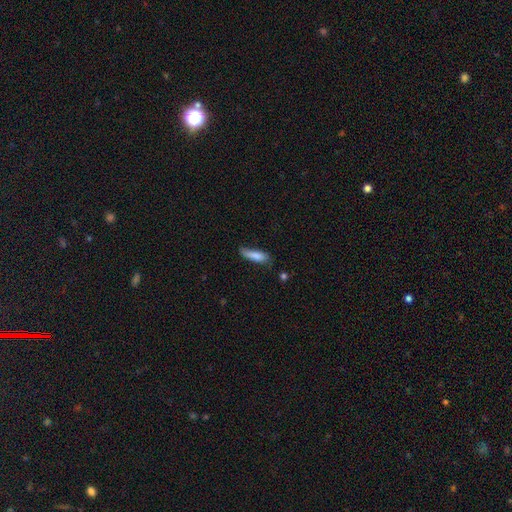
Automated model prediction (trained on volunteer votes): Smooth or featured: smooth — 80% (featured or disk — 13%)
How rounded: cigar-shaped — 61% (in between — 37%)
Merging: none — 50% (minor disturbance — 35%)